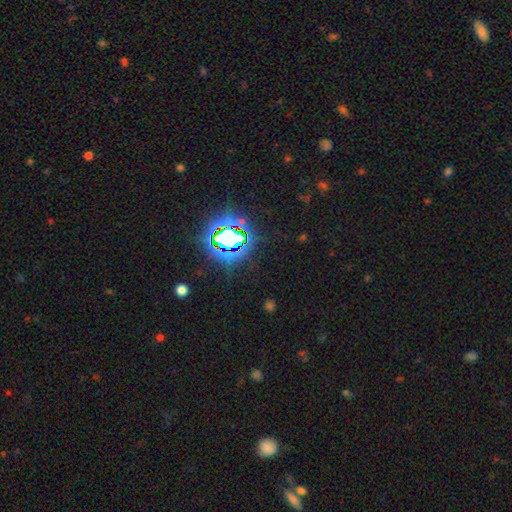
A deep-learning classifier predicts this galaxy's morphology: Smooth or featured? star or artifact (81%)